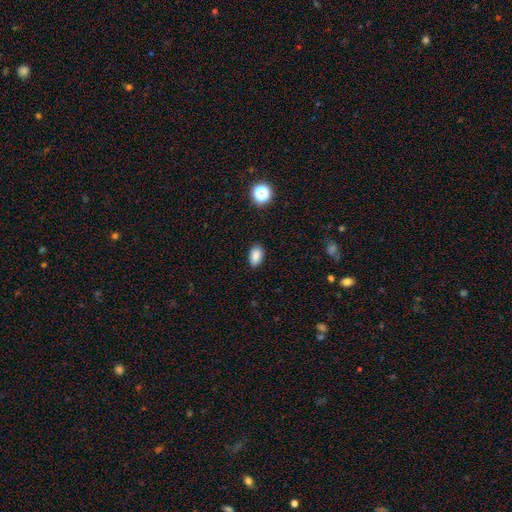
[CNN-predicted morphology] Smooth or featured? smooth (85%)
How rounded? in between (90%)
Merging? none (86%)